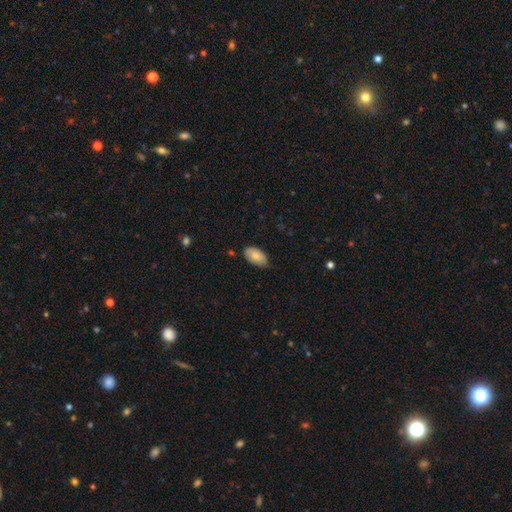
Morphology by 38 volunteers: smooth 89%, featured or disk 8%, star or artifact 3%. Down the decision tree: how rounded — in between (97%); merging — none (59%).